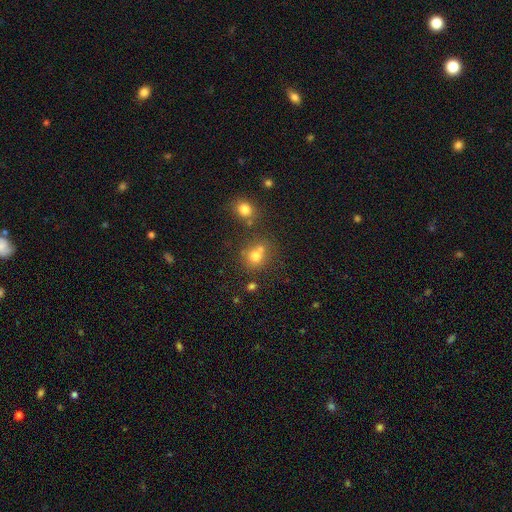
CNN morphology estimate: This is likely a smooth galaxy (72%). How rounded: likely round (79%). Merging: possibly none (51%).